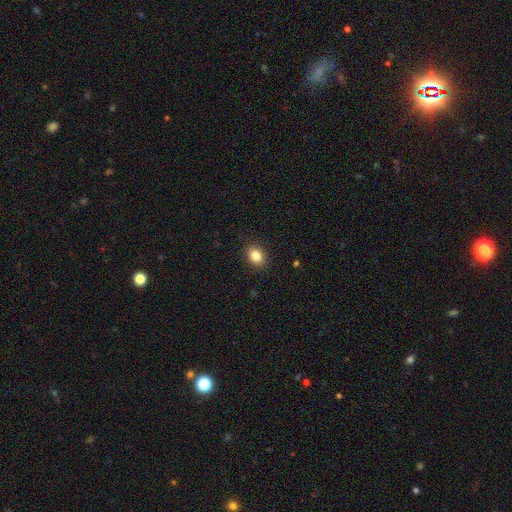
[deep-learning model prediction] Smooth or featured: smooth — 83% (star or artifact — 10%)
How rounded: in between — 60% (round — 39%)
Merging: none — 90% (minor disturbance — 7%)